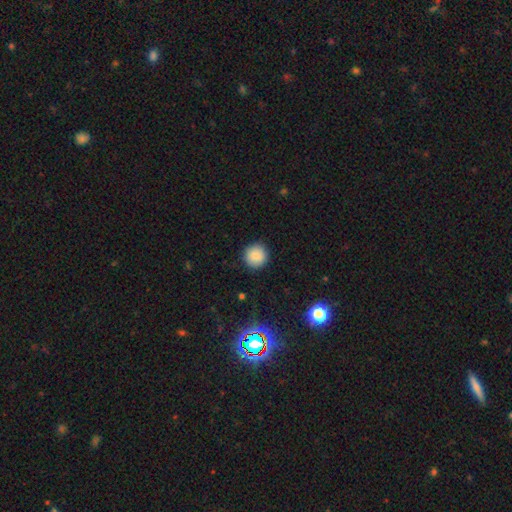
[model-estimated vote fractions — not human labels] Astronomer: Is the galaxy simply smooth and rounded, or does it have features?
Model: smooth — 86%.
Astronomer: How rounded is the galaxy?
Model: round — 95%.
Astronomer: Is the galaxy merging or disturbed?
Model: none — 90%.